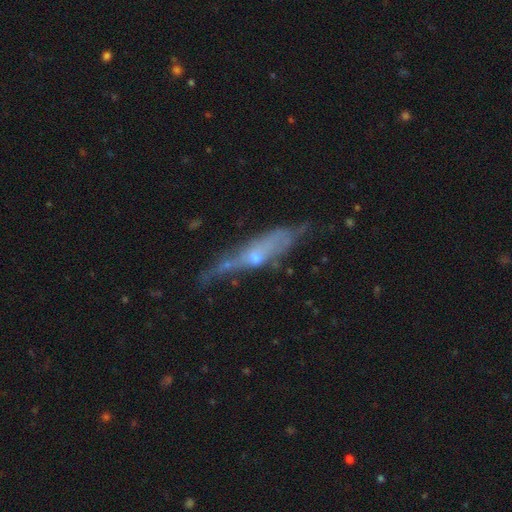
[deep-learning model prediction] Overall: featured or disk (57%; smooth 32%). Edge-on disk: yes (59%; no 41%). Merging: none (43%; minor disturbance 28%).